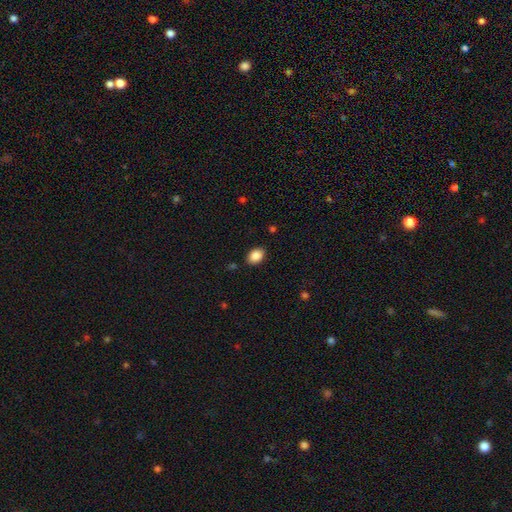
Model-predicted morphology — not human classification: smooth-or-featured: smooth: 88% | star or artifact: 8% | featured or disk: 4%
  how-rounded: in between: 79% | round: 20% | cigar-shaped: 1%
  merging: none: 88% | minor disturbance: 9% | major disturbance: 2% | merger: 1%